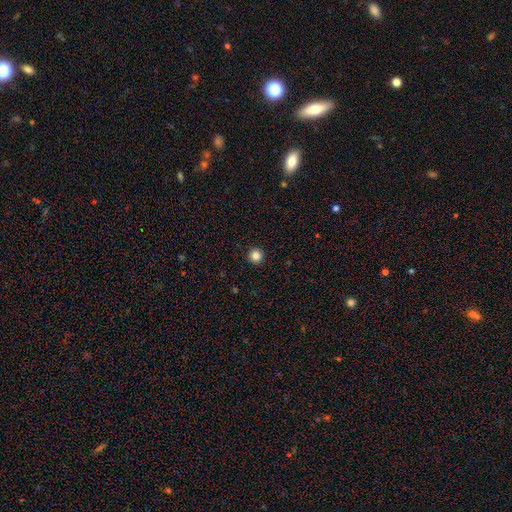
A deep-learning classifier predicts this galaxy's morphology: smooth 85%, star or artifact 11%, featured or disk 4%. Down the decision tree: how rounded — round (96%); merging — none (93%).